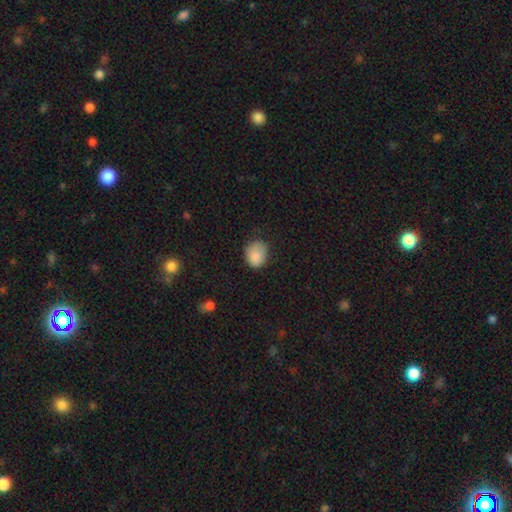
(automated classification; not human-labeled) The model was most divided on "how rounded": round: 51%, in between: 48%, cigar-shaped: 1%. More confident: smooth or featured — smooth (85%); merging — none (54%).